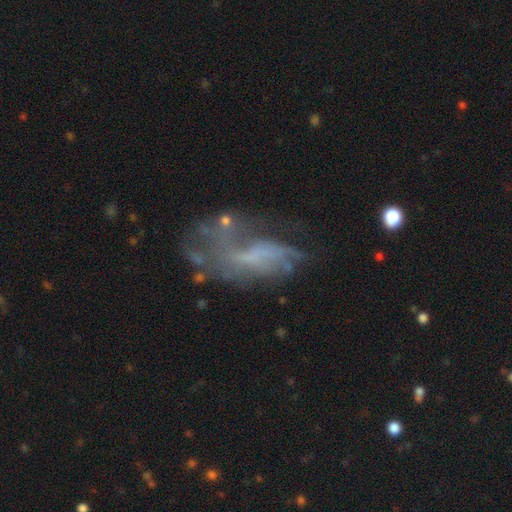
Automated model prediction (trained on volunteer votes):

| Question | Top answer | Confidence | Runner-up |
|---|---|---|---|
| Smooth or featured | featured or disk | 61% | smooth (24%) |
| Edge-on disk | no | 94% | yes (6%) |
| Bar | no | 62% | weak (28%) |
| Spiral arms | no | 54% | yes (46%) |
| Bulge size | none | 63% | small (23%) |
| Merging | major disturbance | 38% | none (33%) |